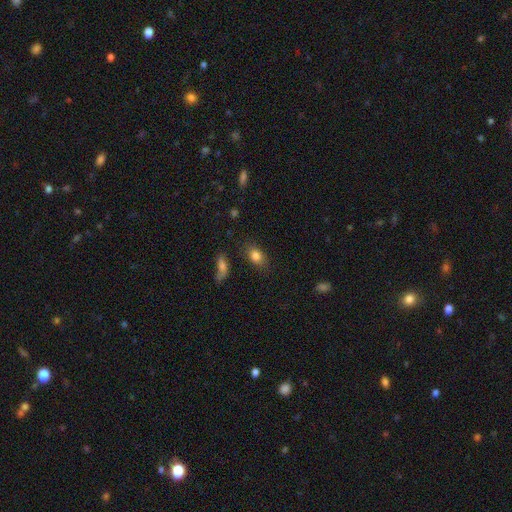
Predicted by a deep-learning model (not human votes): A smooth galaxy with no disk features (81%) that is in between round and cigar-shaped (76%). Merging: none (78%).